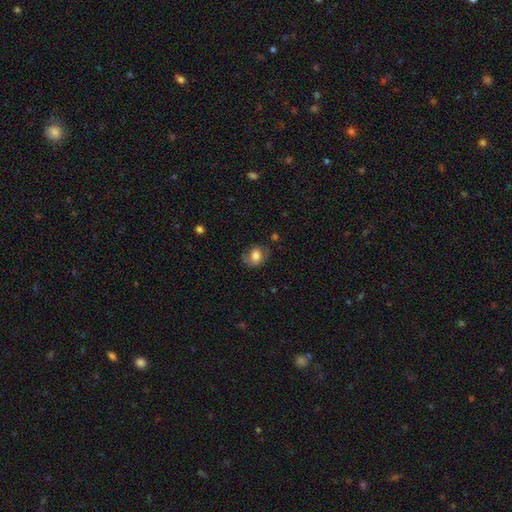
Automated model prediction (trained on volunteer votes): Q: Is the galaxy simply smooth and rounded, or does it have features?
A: smooth — 72%.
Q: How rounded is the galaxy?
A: in between — 50%.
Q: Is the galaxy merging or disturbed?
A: none — 66%.